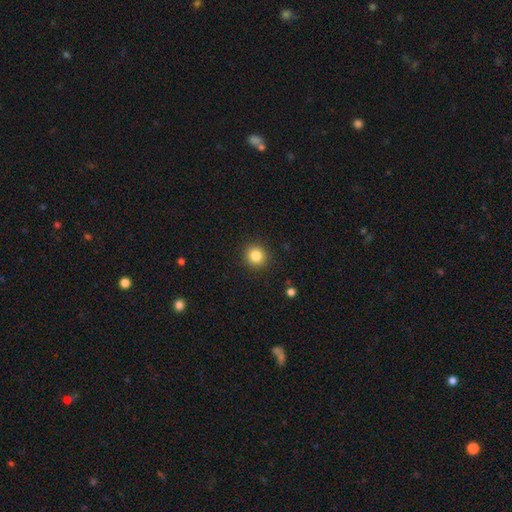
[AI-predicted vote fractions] This appears to be a smooth galaxy with no disk features (83%) that is round (91%). Merging: none (91%).